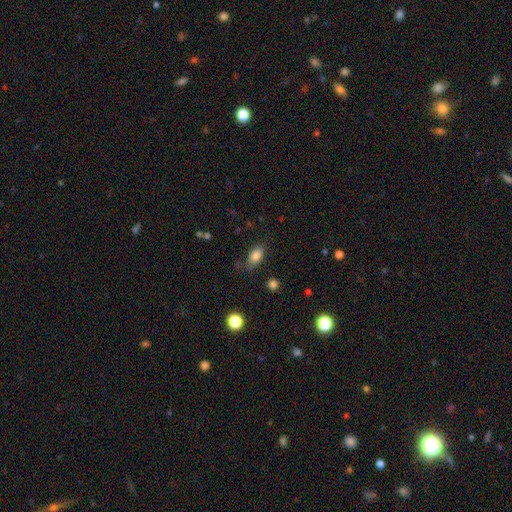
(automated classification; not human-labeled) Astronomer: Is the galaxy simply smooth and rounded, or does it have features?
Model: smooth — 82%.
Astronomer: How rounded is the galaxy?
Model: in between — 87%.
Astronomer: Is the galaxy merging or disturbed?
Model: none — 74%.